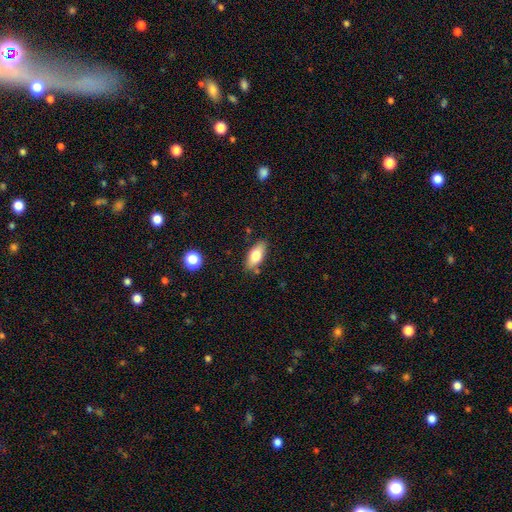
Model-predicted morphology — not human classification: A smooth galaxy with no disk features (74%) that is in between round and cigar-shaped (84%).

Vote fractions:
- Smooth or featured? smooth: 74% / featured or disk: 18% / star or artifact: 7%
- How rounded? in between: 84% / cigar-shaped: 12% / round: 4%
- Merging? none: 81% / minor disturbance: 13% / merger: 3% / major disturbance: 3%